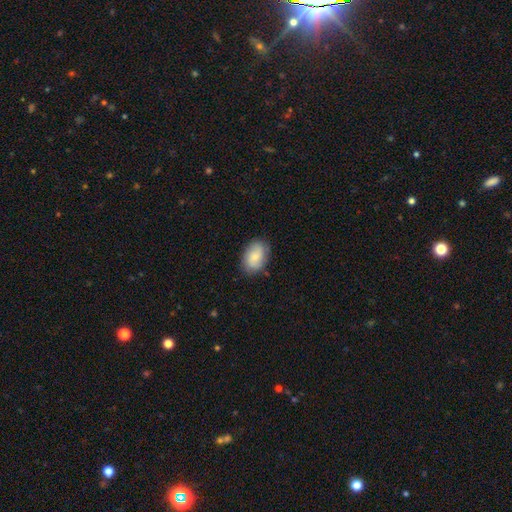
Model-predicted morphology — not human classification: The model was most divided on "smooth or featured": smooth: 70%, featured or disk: 24%, star or artifact: 7%. More confident: how rounded — in between (83%); merging — none (80%).